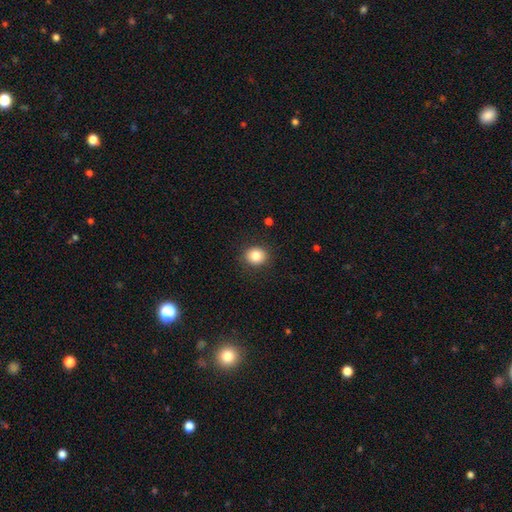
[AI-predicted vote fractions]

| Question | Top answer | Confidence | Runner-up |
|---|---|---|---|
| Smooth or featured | smooth | 84% | star or artifact (10%) |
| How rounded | round | 78% | in between (22%) |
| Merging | none | 89% | minor disturbance (7%) |